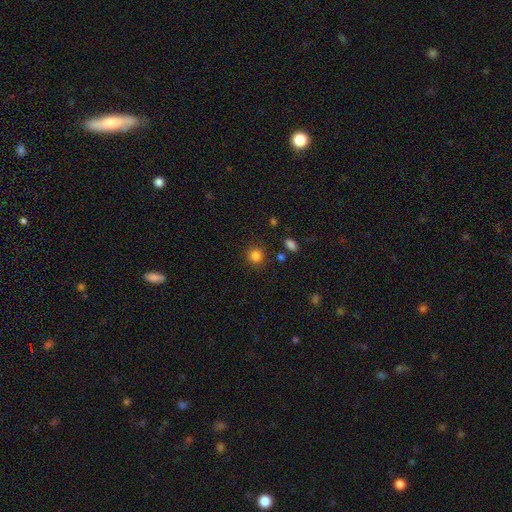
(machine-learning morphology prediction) This appears to be a smooth galaxy with no disk features (84%) that is round (89%). Merging: none (86%).